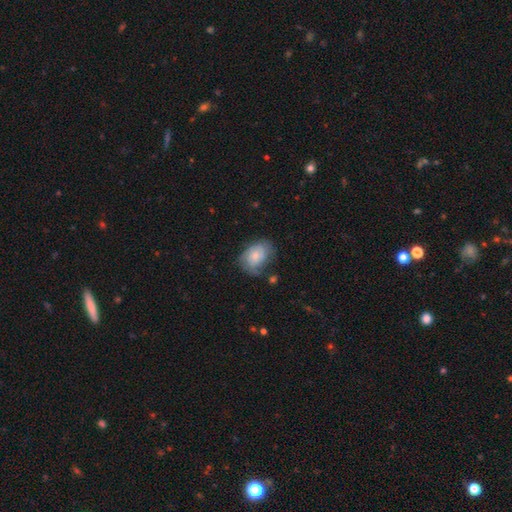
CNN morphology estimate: This appears to be a smooth galaxy with no disk features (61%) that is in between round and cigar-shaped (76%). Merging: none (51%).